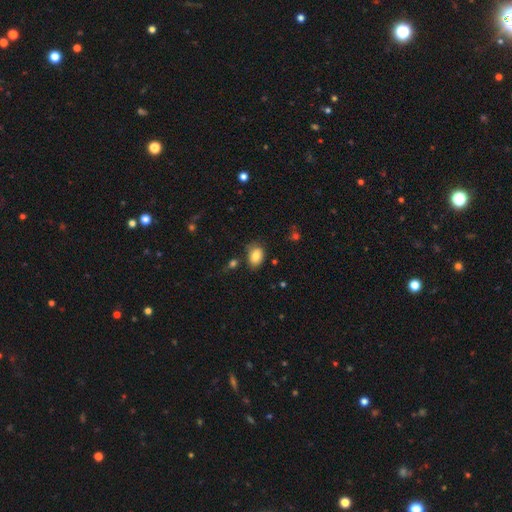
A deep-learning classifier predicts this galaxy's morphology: A smooth galaxy with no disk features (83%) that is in between round and cigar-shaped (77%). Merging: none (72%).